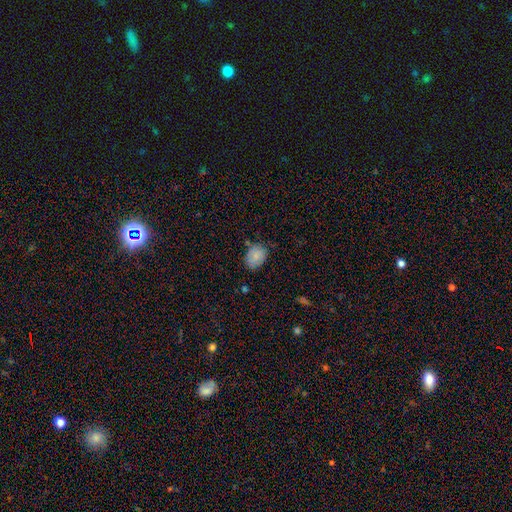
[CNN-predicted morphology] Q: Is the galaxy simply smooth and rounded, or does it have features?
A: smooth — 83%.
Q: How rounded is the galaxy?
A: in between — 66%.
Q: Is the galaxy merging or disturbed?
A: none — 71%.